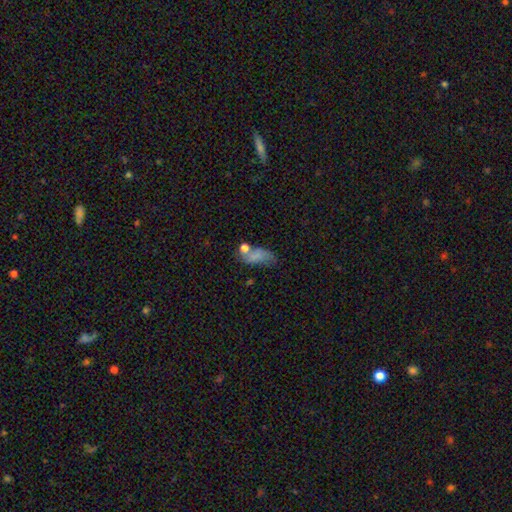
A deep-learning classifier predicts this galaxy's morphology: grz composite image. It shows a smooth galaxy with no disk features (69%) that is in between round and cigar-shaped (83%). Merging: none (36%).